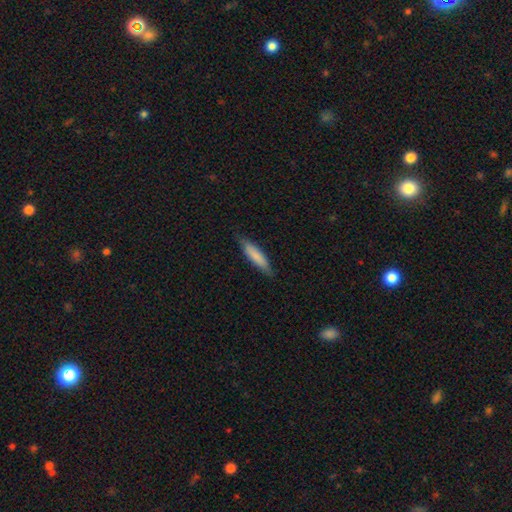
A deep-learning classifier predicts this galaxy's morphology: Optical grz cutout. It shows a smooth galaxy with no disk features (80%) that is cigar-shaped (76%). Merging: none (81%).